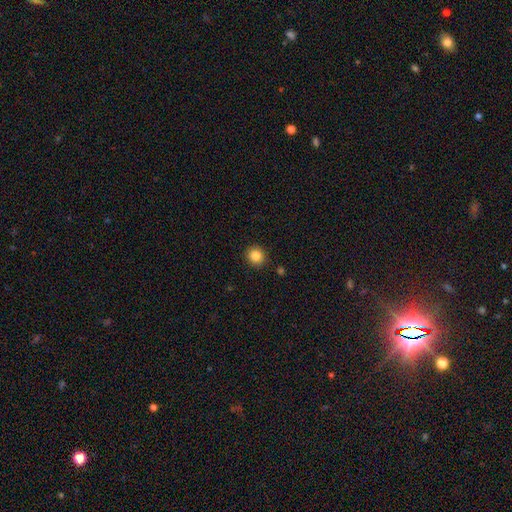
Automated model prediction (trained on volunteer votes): A smooth galaxy with no disk features (85%) that is round (89%). Merging: none (90%).